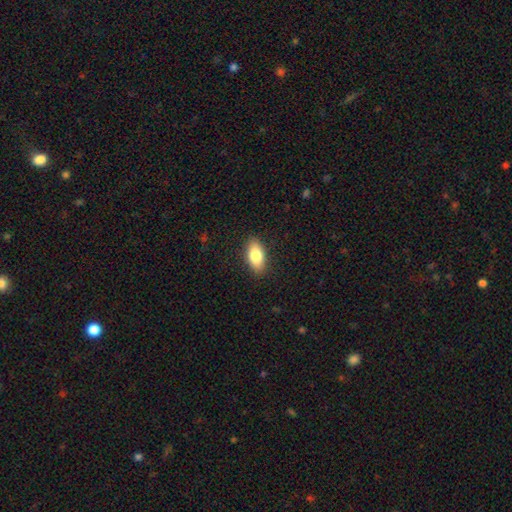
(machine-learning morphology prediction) type=smooth (81%); roundness=in between (89%); merging=none (88%).